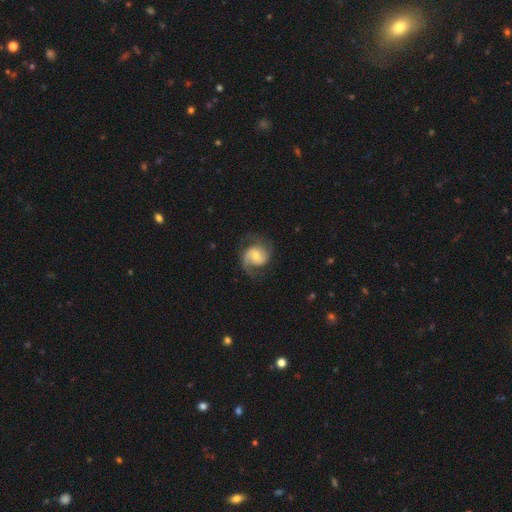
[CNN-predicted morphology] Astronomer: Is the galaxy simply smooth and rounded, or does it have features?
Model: featured or disk — 82%.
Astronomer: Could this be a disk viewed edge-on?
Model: no — 98%.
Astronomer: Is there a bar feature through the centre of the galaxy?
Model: no — 57% (runner-up: weak, 35%).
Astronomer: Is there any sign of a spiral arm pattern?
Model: yes — 96%.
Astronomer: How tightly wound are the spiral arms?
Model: medium — 49% (runner-up: loose, 26%).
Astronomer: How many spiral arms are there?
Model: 2 — 75%.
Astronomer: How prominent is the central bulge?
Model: moderate — 56% (runner-up: small, 37%).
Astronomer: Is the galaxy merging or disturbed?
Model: none — 67%.